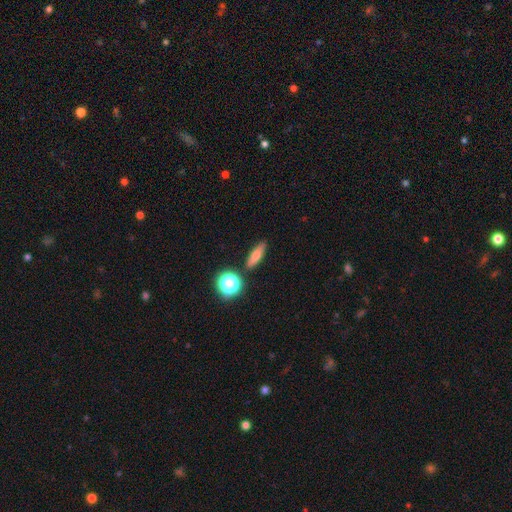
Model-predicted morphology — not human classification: Overall: smooth (68%). How rounded: cigar-shaped (53%; in between 35%). Merging: none (85%).